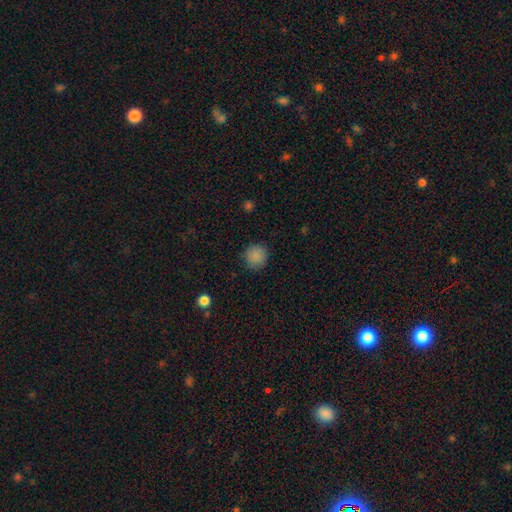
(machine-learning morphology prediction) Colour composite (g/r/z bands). It shows a smooth galaxy with no disk features (87%) that is round (93%). Merging: none (87%).